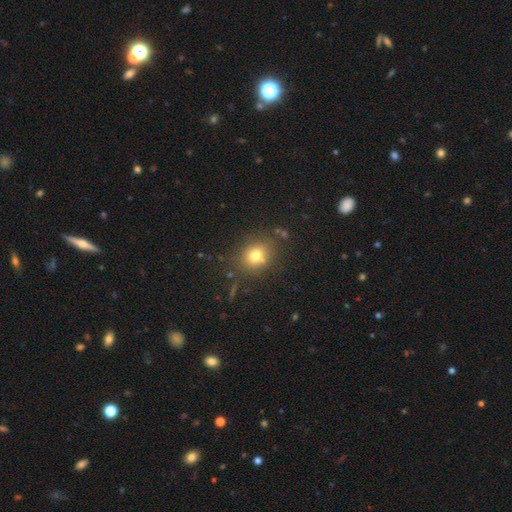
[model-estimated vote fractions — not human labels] smooth 74%, star or artifact 14%, featured or disk 11%. Down the decision tree: how rounded — round (66%); merging — none (75%).